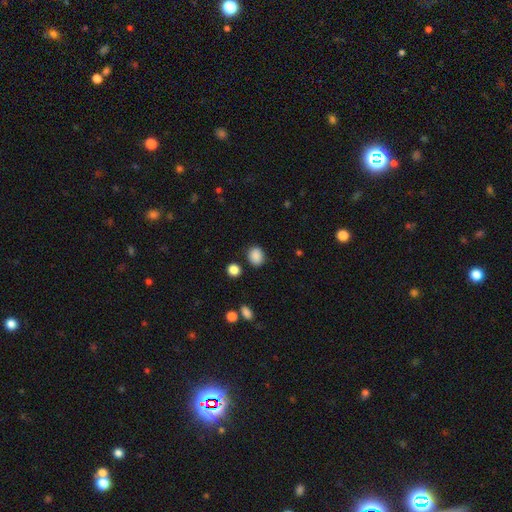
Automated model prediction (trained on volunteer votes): Smooth or featured?
  - smooth: 87% *
  - star or artifact: 10%
  - featured or disk: 3%
How rounded?
  - round: 57% *
  - in between: 42%
  - cigar-shaped: 1%
Merging?
  - none: 82% *
  - minor disturbance: 12%
  - major disturbance: 3%
  - merger: 3%